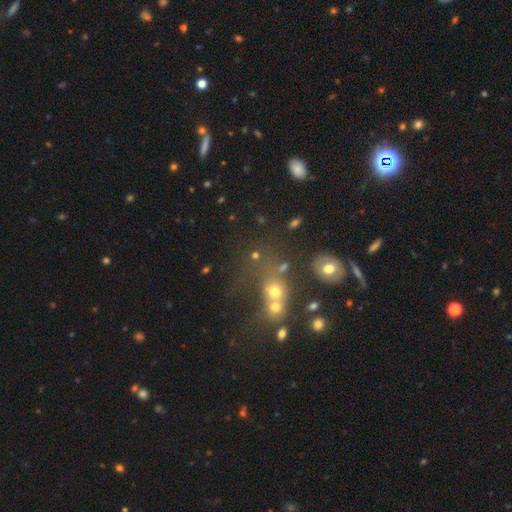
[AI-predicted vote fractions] Smooth or featured? Predicted: smooth (p=0.57). How rounded? Predicted: round (p=0.65). Merging? Predicted: none (p=0.41).